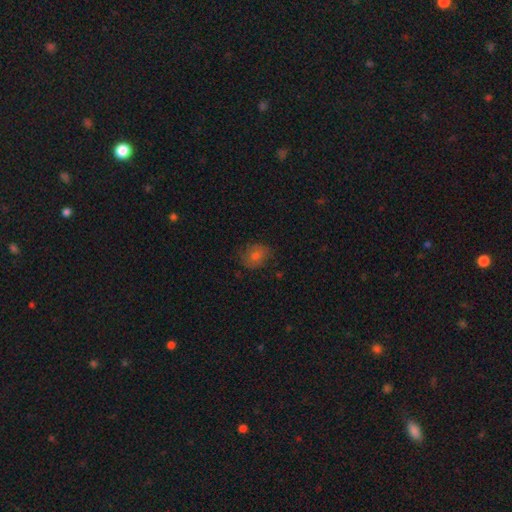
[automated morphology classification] Smooth or featured?
  - smooth: 66% *
  - star or artifact: 17%
  - featured or disk: 17%
How rounded?
  - round: 62% *
  - in between: 37%
  - cigar-shaped: 1%
Merging?
  - none: 77% *
  - minor disturbance: 17%
  - major disturbance: 5%
  - merger: 1%